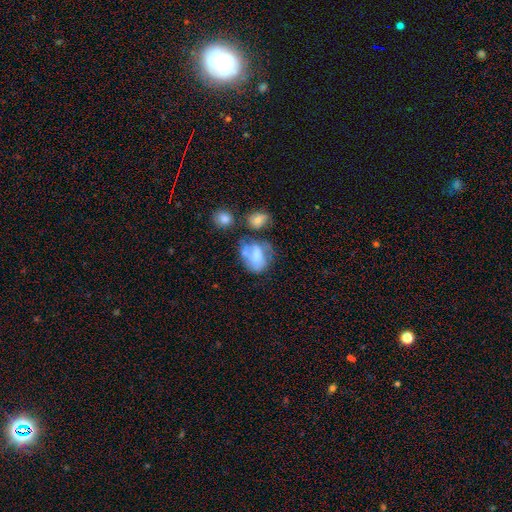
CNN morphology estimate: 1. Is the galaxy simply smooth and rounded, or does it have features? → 56% smooth, 34% featured or disk, 11% star or artifact.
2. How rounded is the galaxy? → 66% in between, 32% round, 1% cigar-shaped.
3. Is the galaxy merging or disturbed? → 30% none, 27% merger, 22% minor disturbance, 21% major disturbance.